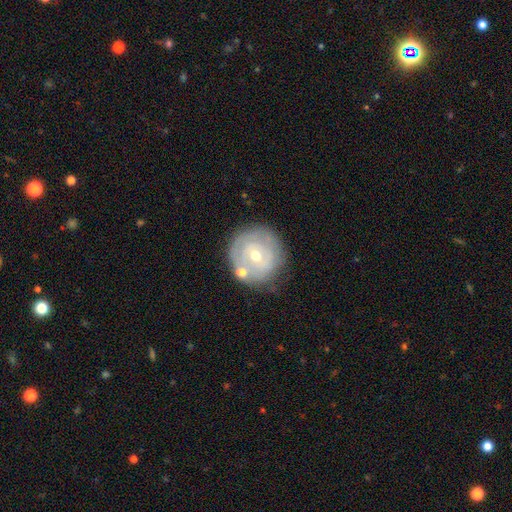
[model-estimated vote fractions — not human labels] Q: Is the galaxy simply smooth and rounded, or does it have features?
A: featured or disk — 62%.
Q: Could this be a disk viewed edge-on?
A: no — 96%.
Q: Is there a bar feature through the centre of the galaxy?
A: no — 67%.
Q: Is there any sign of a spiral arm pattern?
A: yes — 61%.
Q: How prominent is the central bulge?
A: moderate — 50%.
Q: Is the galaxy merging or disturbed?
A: none — 73%.